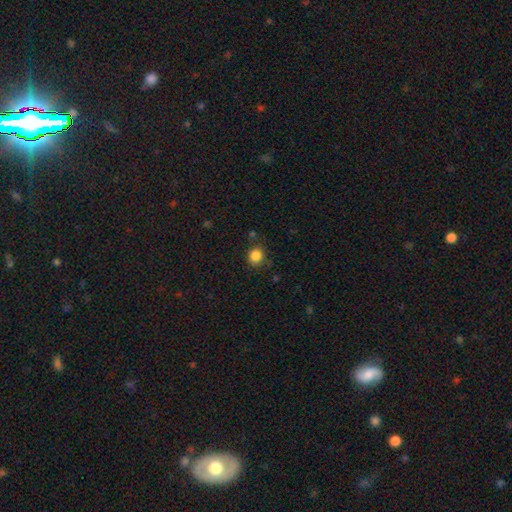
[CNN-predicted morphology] smooth-or-featured: smooth: 85% | star or artifact: 11% | featured or disk: 4%
  how-rounded: round: 81% | in between: 18% | cigar-shaped: 1%
  merging: none: 83% | minor disturbance: 11% | major disturbance: 3% | merger: 3%